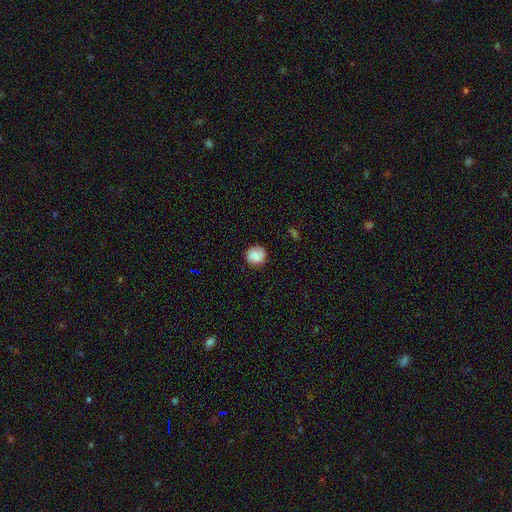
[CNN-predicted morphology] Smooth or featured?
  - smooth: 84% *
  - star or artifact: 8%
  - featured or disk: 8%
How rounded?
  - round: 91% *
  - in between: 8%
  - cigar-shaped: 1%
Merging?
  - none: 86% *
  - minor disturbance: 10%
  - major disturbance: 3%
  - merger: 1%